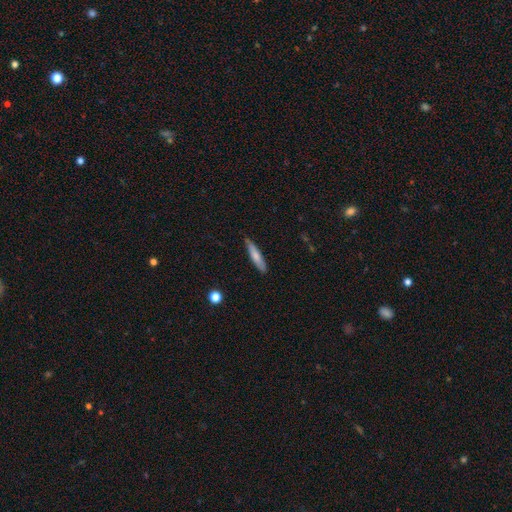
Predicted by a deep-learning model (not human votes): Morphology: type=smooth (68%); roundness=cigar-shaped (89%); merging=none (87%).